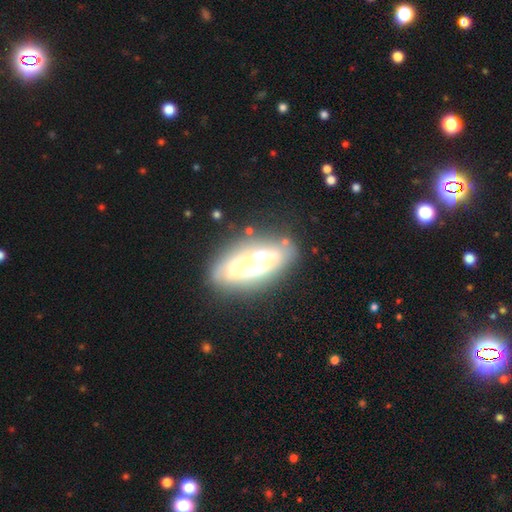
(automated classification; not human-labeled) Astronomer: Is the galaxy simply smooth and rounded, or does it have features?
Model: featured or disk — 61%.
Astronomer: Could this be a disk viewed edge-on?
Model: no — 68%.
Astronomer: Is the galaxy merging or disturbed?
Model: none — 64%.